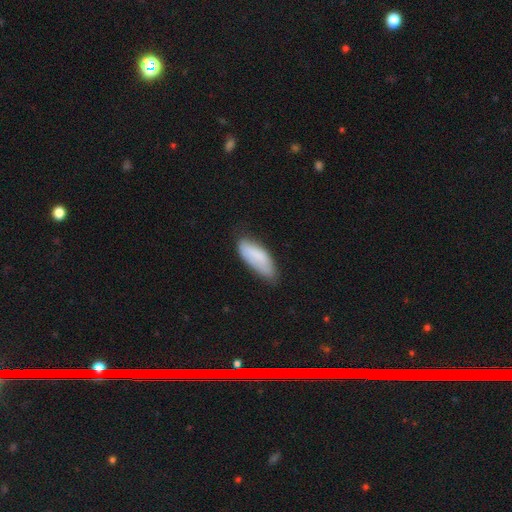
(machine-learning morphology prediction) This appears to be a smooth galaxy with no disk features (78%) that is in between round and cigar-shaped (74%). Merging: none (53%).